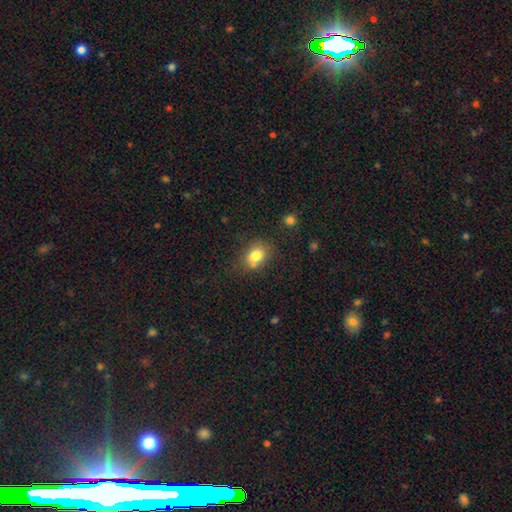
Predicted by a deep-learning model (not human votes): Smooth or featured?
  - smooth: 78% *
  - featured or disk: 11%
  - star or artifact: 11%
How rounded?
  - in between: 51% *
  - round: 48%
  - cigar-shaped: 1%
Merging?
  - none: 56% *
  - minor disturbance: 19%
  - merger: 19%
  - major disturbance: 6%